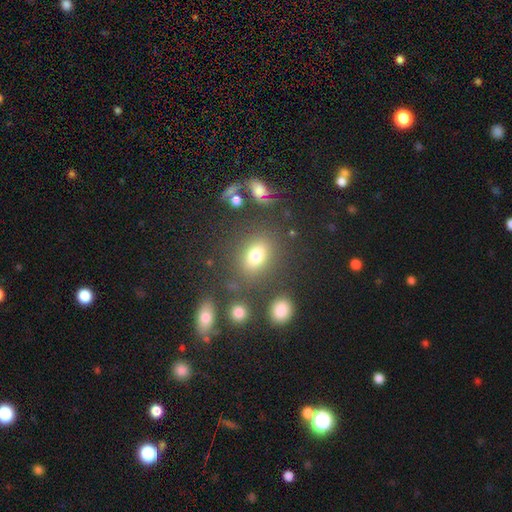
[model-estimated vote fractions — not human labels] Smooth or featured?
  - smooth: 75% *
  - star or artifact: 14%
  - featured or disk: 11%
How rounded?
  - in between: 57% *
  - round: 40%
  - cigar-shaped: 2%
Merging?
  - none: 78% *
  - minor disturbance: 11%
  - merger: 6%
  - major disturbance: 5%